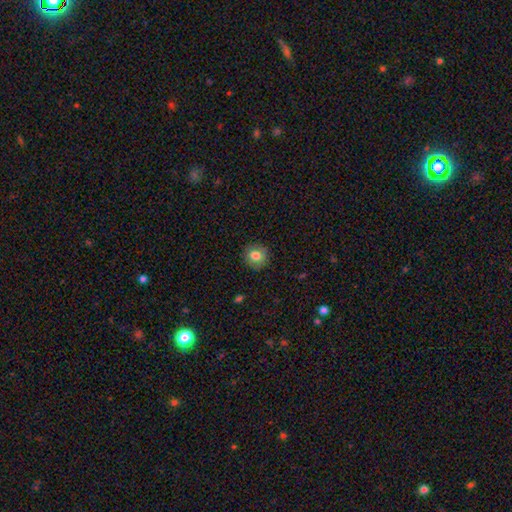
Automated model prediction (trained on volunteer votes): A smooth galaxy with no disk features (80%) that is round (89%).

Vote fractions:
- Smooth or featured? smooth: 80% / featured or disk: 11% / star or artifact: 9%
- How rounded? round: 89% / in between: 11% / cigar-shaped: 1%
- Merging? none: 89% / minor disturbance: 8% / major disturbance: 2% / merger: 1%